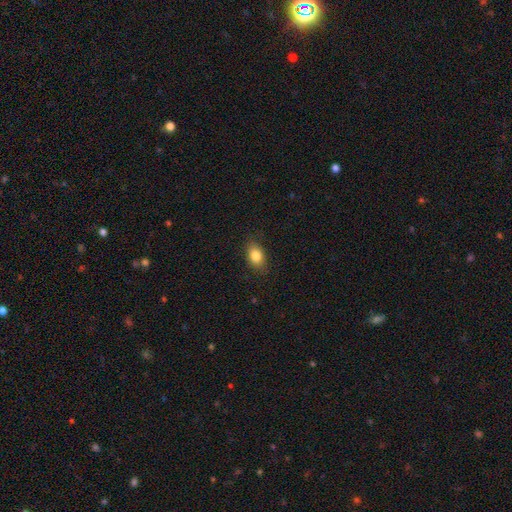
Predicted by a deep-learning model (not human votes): smooth 84%, star or artifact 8%, featured or disk 8%. Down the decision tree: how rounded — in between (83%); merging — none (85%).